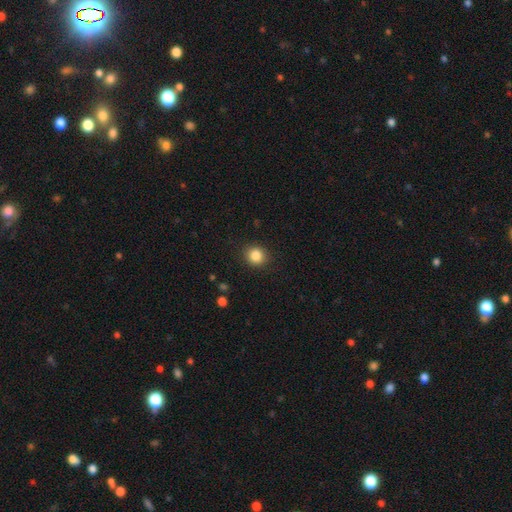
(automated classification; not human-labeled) Smooth or featured?
  - smooth: 85% *
  - star or artifact: 10%
  - featured or disk: 5%
How rounded?
  - round: 84% *
  - in between: 15%
  - cigar-shaped: 1%
Merging?
  - none: 89% *
  - minor disturbance: 8%
  - major disturbance: 2%
  - merger: 1%